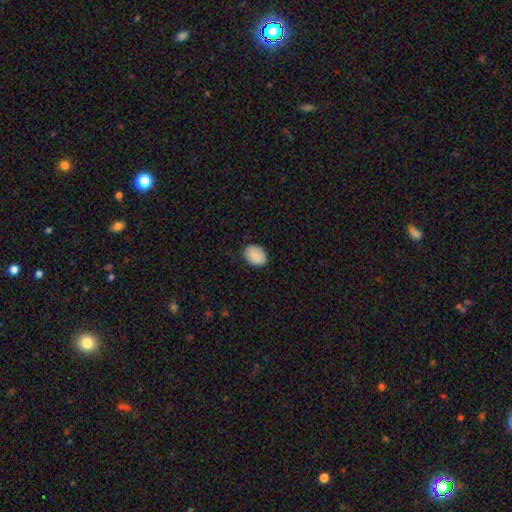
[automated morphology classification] Smooth or featured? smooth (88%)
How rounded? in between (73%)
Merging? none (84%)